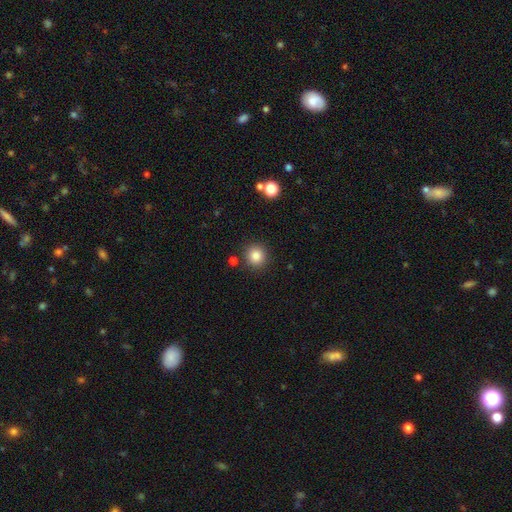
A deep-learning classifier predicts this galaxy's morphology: Smooth or featured? Predicted: smooth (p=0.85). How rounded? Predicted: round (p=0.93). Merging? Predicted: none (p=0.87).